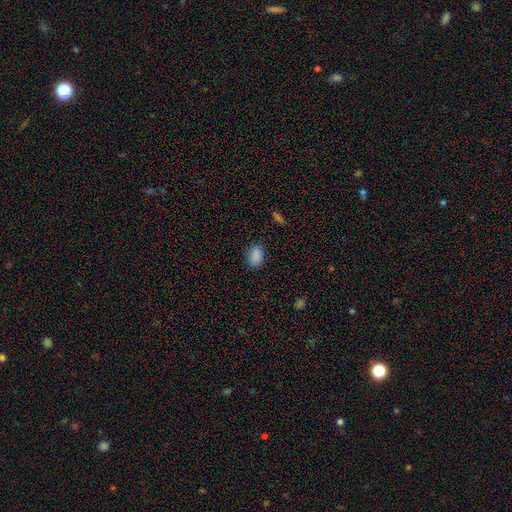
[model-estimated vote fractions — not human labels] Smooth or featured: smooth — 87% (star or artifact — 9%)
How rounded: in between — 83% (round — 16%)
Merging: none — 84% (minor disturbance — 12%)